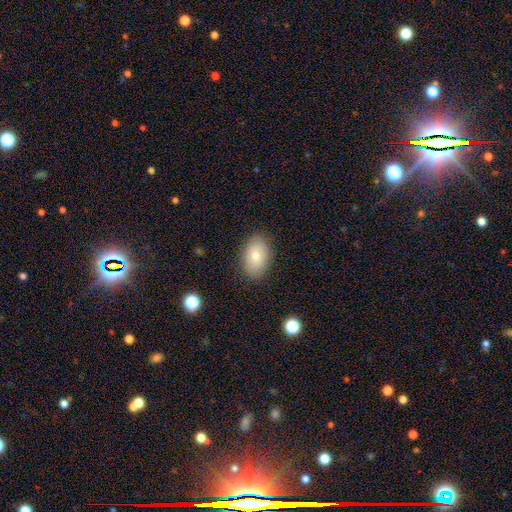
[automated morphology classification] Smooth or featured: smooth — 75% (featured or disk — 17%)
How rounded: in between — 88% (round — 11%)
Merging: none — 86% (minor disturbance — 10%)